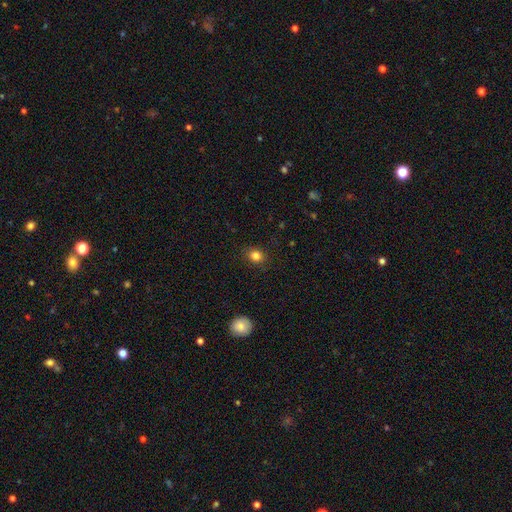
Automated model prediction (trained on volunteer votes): Q: Smooth or featured?
A: smooth (84%); runner-up: star or artifact (11%)
Q: How rounded?
A: round (69%); runner-up: in between (30%)
Q: Merging?
A: none (87%); runner-up: minor disturbance (10%)